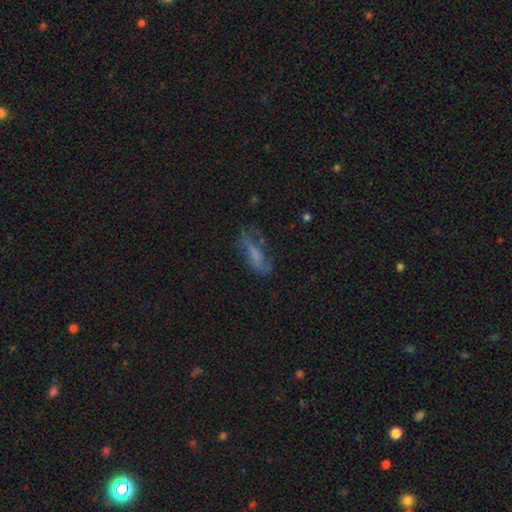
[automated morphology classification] The model was most divided on "smooth or featured": smooth: 50%, featured or disk: 37%, star or artifact: 13%. Remaining: merging — none (49%).